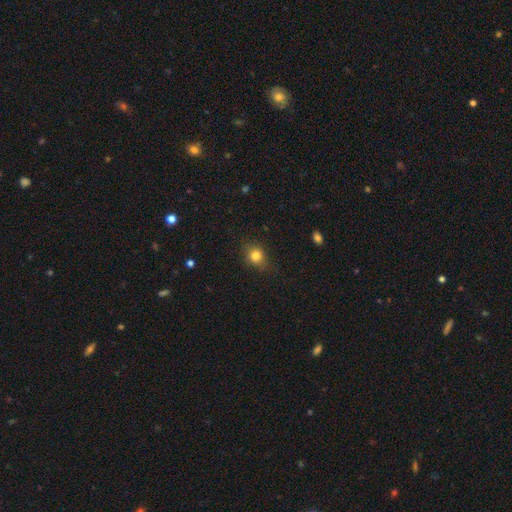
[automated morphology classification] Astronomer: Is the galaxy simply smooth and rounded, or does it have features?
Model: smooth — 81%.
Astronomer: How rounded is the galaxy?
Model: round — 71%.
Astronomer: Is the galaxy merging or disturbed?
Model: none — 79%.